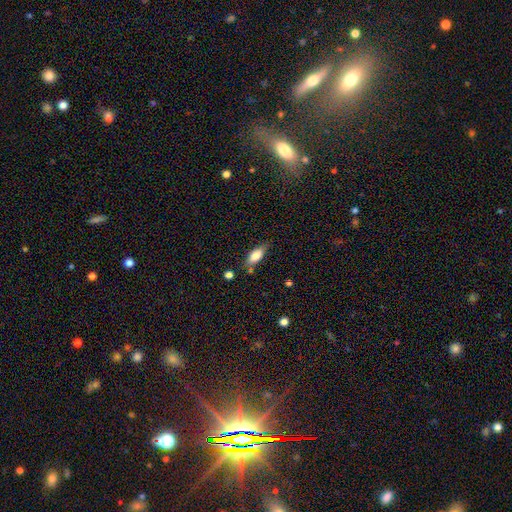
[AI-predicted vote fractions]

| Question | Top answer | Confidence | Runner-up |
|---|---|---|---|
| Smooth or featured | smooth | 73% | featured or disk (19%) |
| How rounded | in between | 73% | cigar-shaped (24%) |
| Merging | none | 70% | minor disturbance (21%) |